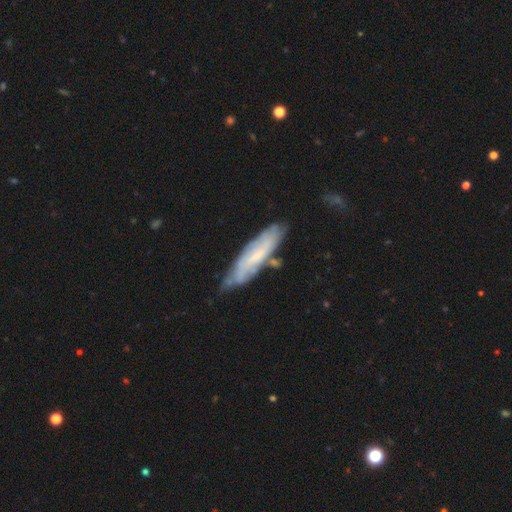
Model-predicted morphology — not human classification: This is possibly a featured or disk galaxy (56%). It is likely not viewed edge-on (62%). Merging: likely none (65%).